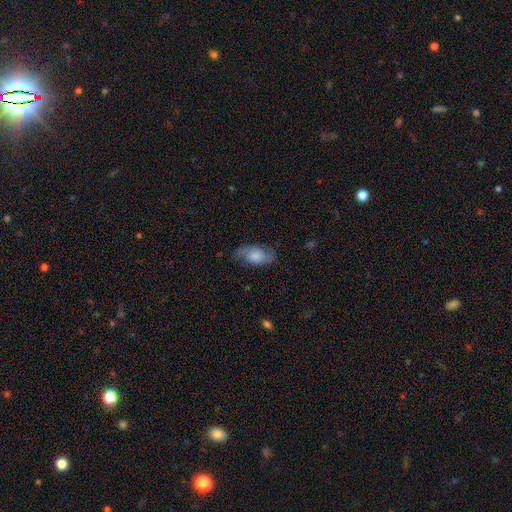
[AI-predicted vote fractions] The model was most divided on "smooth or featured": smooth: 62%, featured or disk: 31%, star or artifact: 7%. More confident: how rounded — in between (91%); merging — none (67%).